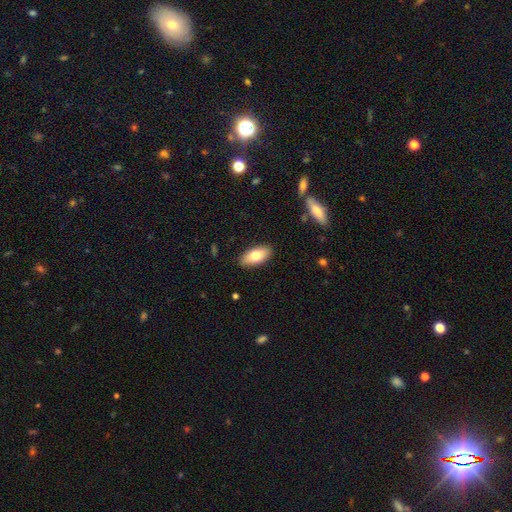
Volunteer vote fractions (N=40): smooth_or_featured: smooth (p=0.62) [alt: featured or disk p=0.25]
how_rounded: in between (p=0.96) [alt: round p=0.04]
merging: none (p=1.00)